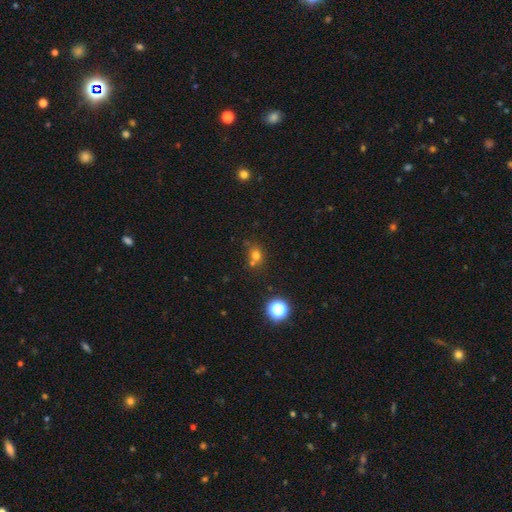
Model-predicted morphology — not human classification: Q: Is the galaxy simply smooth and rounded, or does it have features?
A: smooth — 70%.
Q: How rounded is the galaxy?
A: round — 70%.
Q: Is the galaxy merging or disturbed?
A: none — 52%.